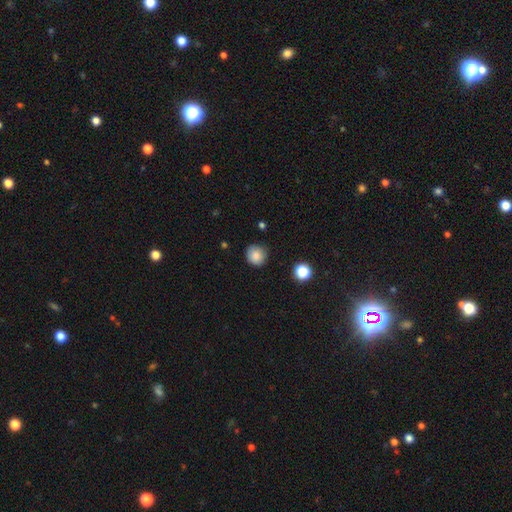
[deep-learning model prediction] smooth 85%, star or artifact 10%, featured or disk 5%. Down the decision tree: how rounded — round (93%); merging — none (84%).